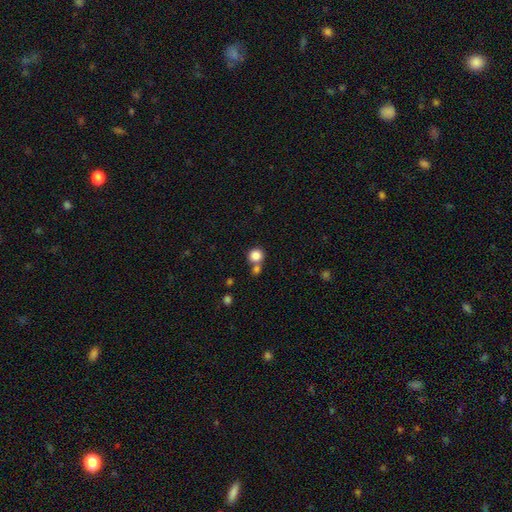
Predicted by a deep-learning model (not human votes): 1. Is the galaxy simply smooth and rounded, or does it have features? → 85% smooth, 10% star or artifact, 5% featured or disk.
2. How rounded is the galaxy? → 89% round, 11% in between, 1% cigar-shaped.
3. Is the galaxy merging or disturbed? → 58% none, 30% merger, 8% minor disturbance, 3% major disturbance.